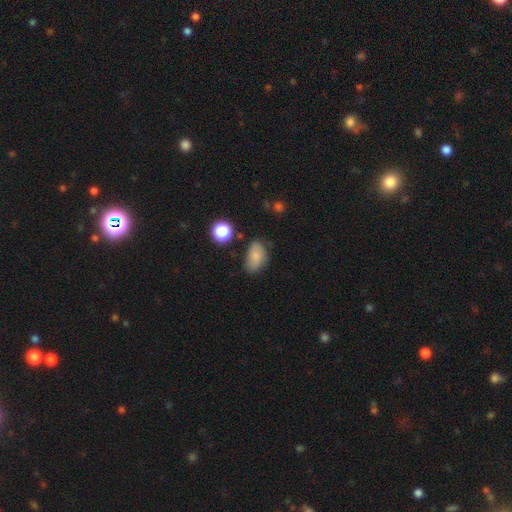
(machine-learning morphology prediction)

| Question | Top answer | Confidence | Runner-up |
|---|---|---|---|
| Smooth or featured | smooth | 78% | featured or disk (11%) |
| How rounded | in between | 89% | round (9%) |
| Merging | none | 59% | minor disturbance (29%) |